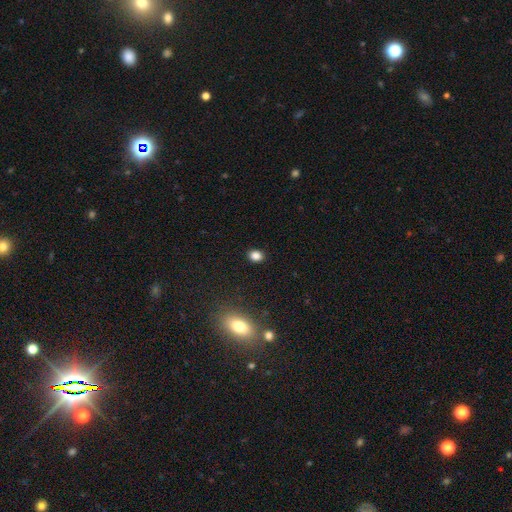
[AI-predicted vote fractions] Morphology: type=smooth (84%); roundness=in between (59%); merging=none (88%).